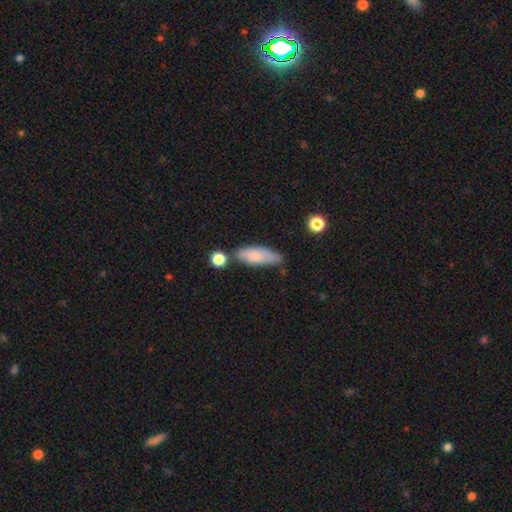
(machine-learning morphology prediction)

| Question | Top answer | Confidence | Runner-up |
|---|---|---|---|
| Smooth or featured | smooth | 78% | featured or disk (15%) |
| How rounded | in between | 62% | cigar-shaped (35%) |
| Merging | none | 57% | minor disturbance (27%) |